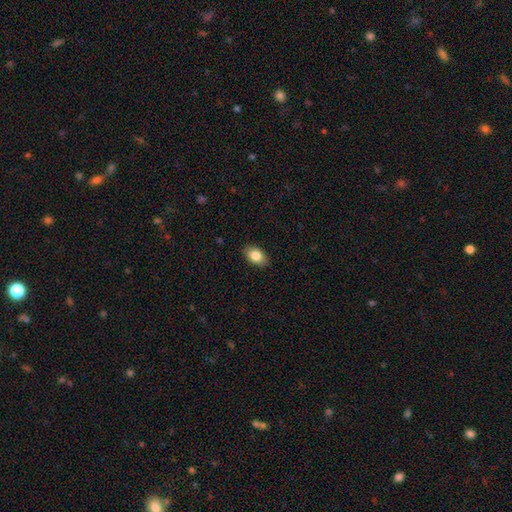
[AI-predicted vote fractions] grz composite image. It shows a smooth galaxy with no disk features (85%) that is in between round and cigar-shaped (90%). Merging: none (88%).